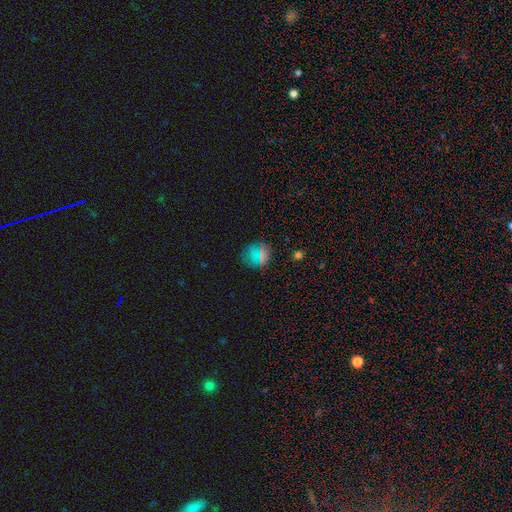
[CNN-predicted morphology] Smooth or featured? Predicted: smooth (p=0.65). How rounded? Predicted: round (p=0.86). Merging? Predicted: none (p=0.83).